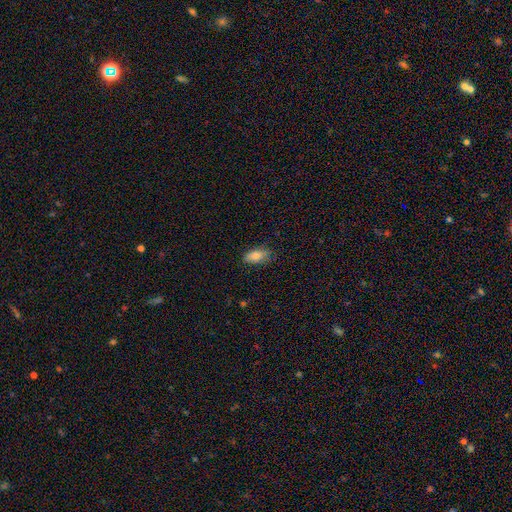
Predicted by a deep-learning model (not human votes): smooth-or-featured: smooth: 82% | featured or disk: 10% | star or artifact: 8%
  how-rounded: in between: 86% | cigar-shaped: 10% | round: 4%
  merging: none: 79% | minor disturbance: 17% | major disturbance: 3% | merger: 1%